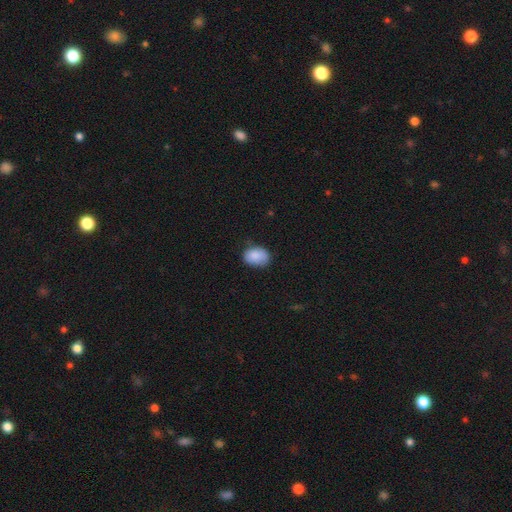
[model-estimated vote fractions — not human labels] smooth-or-featured: smooth: 86% | featured or disk: 7% | star or artifact: 7%
  how-rounded: in between: 77% | round: 22% | cigar-shaped: 1%
  merging: none: 69% | minor disturbance: 25% | major disturbance: 4% | merger: 1%